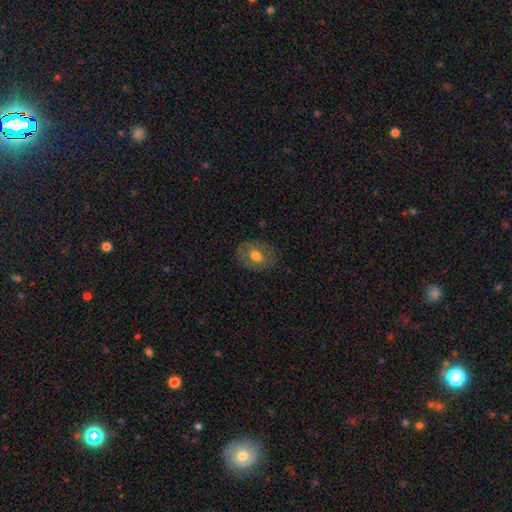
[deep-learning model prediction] The model was most divided on "smooth or featured": smooth: 58%, featured or disk: 35%, star or artifact: 7%. More confident: merging — none (81%); how rounded — in between (62%).